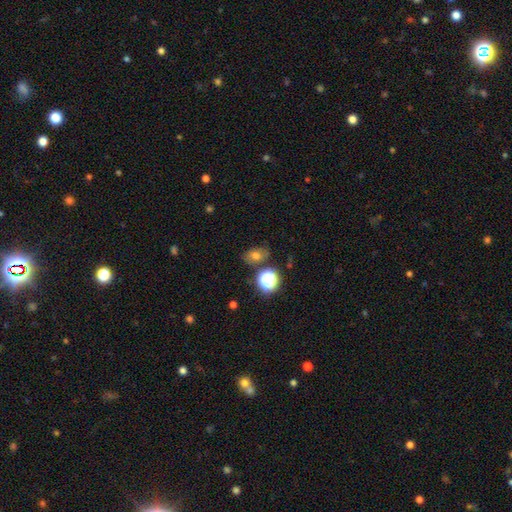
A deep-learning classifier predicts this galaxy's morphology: type=smooth (65%); roundness=in between (66%); merging=none (72%).